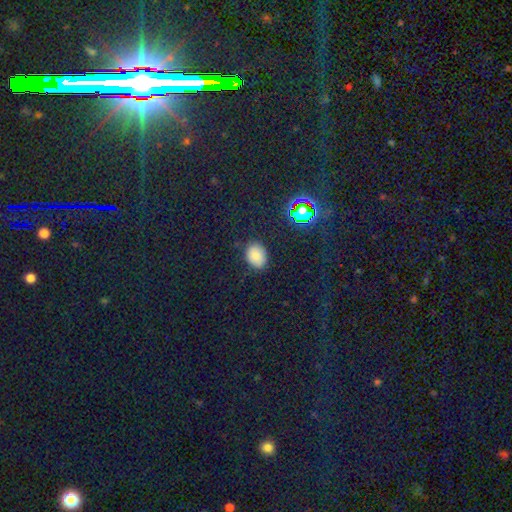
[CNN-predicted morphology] This is likely a smooth galaxy (77%). How rounded: likely in between (64%). Merging: clearly none (84%).